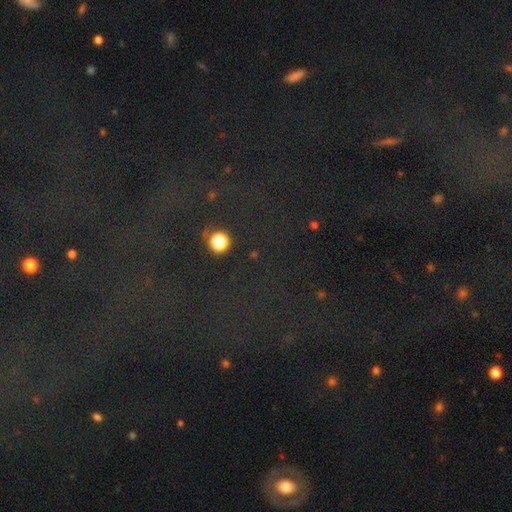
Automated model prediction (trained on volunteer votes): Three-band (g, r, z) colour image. It shows a star or artifact, not a galaxy (76%).